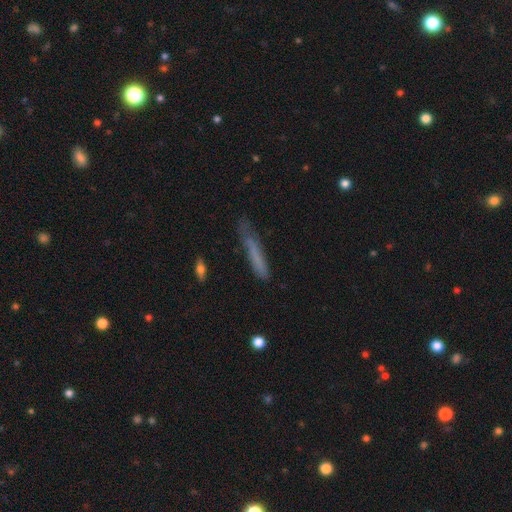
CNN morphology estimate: The model was most divided on "merging": none: 60%, minor disturbance: 26%, major disturbance: 11%, merger: 3%. More confident: how rounded — cigar-shaped (92%); smooth or featured — smooth (66%).